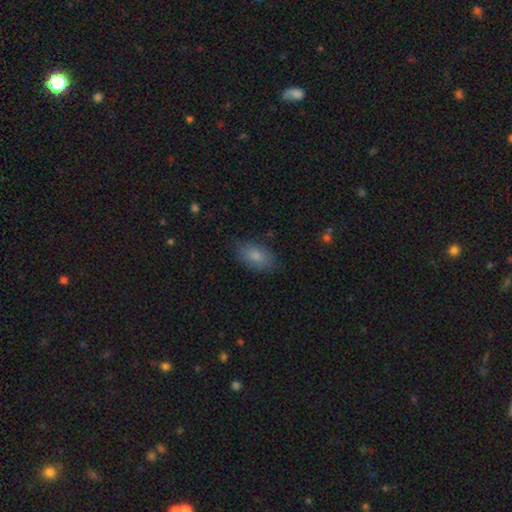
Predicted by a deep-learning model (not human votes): The model was most divided on "merging": none: 81%, minor disturbance: 14%, major disturbance: 4%, merger: 1%. More confident: how rounded — in between (91%); smooth or featured — smooth (83%).